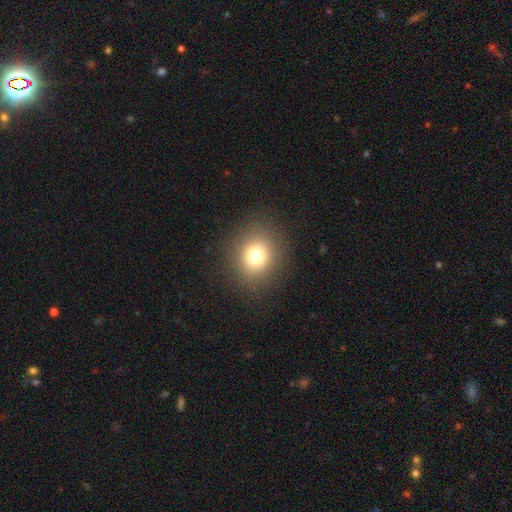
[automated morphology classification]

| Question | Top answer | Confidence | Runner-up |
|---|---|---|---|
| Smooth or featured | smooth | 75% | star or artifact (15%) |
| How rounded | round | 77% | in between (22%) |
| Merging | none | 88% | minor disturbance (7%) |